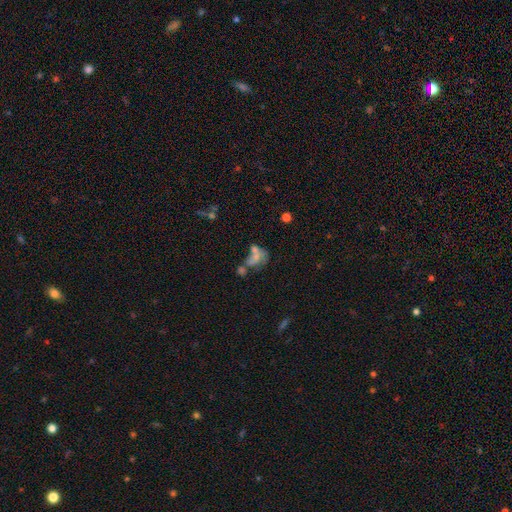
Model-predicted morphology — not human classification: A smooth galaxy with no disk features (48%).

Vote fractions:
- Smooth or featured? smooth: 48% / featured or disk: 36% / star or artifact: 16%
- Merging? merger: 45% / major disturbance: 22% / none: 20% / minor disturbance: 13%